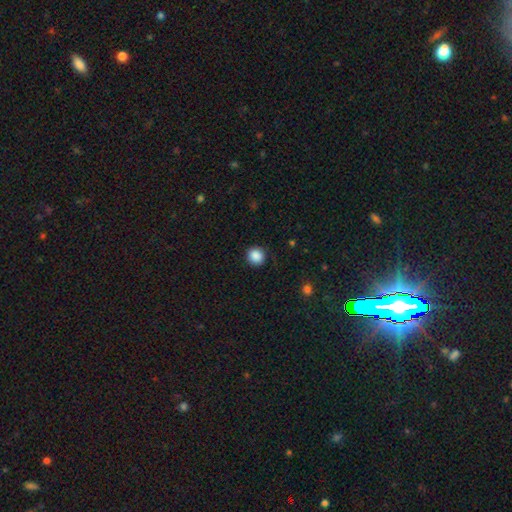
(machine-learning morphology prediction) A smooth galaxy with no disk features (88%) that is round (92%). Merging: none (90%).